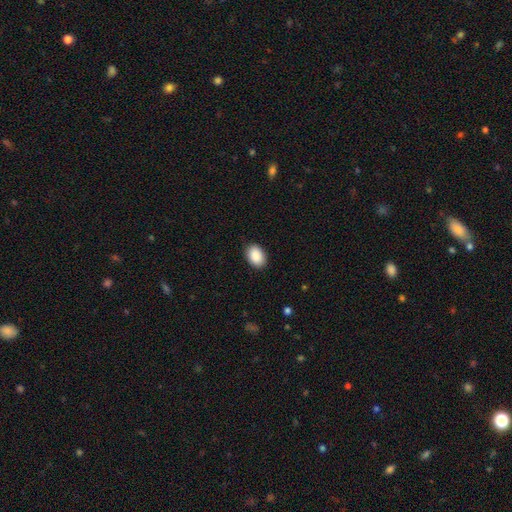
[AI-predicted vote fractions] This is clearly a smooth galaxy (90%). How rounded: clearly in between (86%). Merging: clearly none (89%).